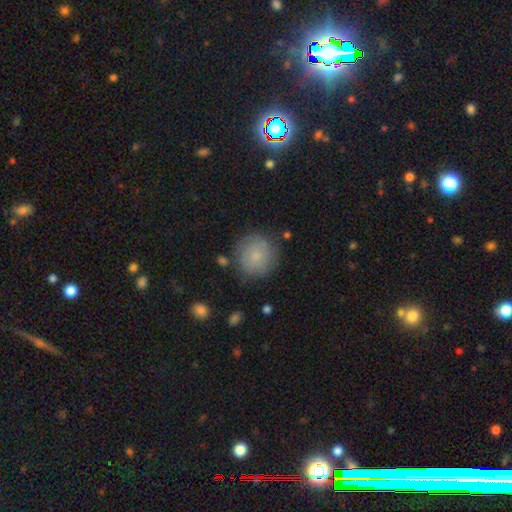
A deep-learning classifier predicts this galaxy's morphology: smooth-or-featured: smooth: 69% | featured or disk: 22% | star or artifact: 9%
  how-rounded: round: 91% | in between: 8% | cigar-shaped: 1%
  merging: none: 78% | minor disturbance: 15% | major disturbance: 5% | merger: 2%